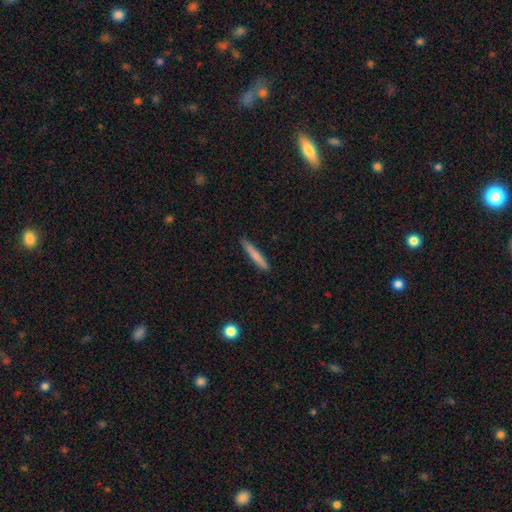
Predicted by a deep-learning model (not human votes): Smooth or featured: smooth — 75% (featured or disk — 19%)
How rounded: cigar-shaped — 95% (in between — 4%)
Merging: none — 88% (minor disturbance — 9%)